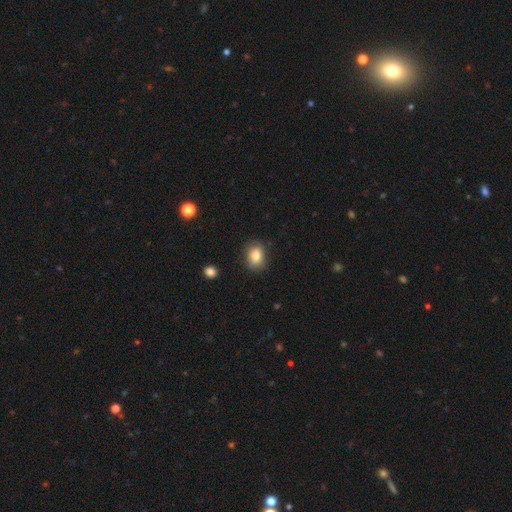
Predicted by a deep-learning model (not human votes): Smooth or featured?
  - smooth: 83% *
  - star or artifact: 9%
  - featured or disk: 8%
How rounded?
  - in between: 59% *
  - round: 39%
  - cigar-shaped: 1%
Merging?
  - none: 81% *
  - minor disturbance: 14%
  - major disturbance: 3%
  - merger: 1%